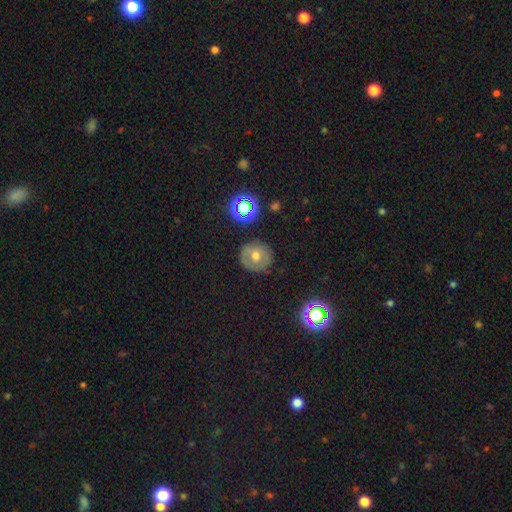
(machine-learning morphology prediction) A smooth galaxy with no disk features (54%) that is round (91%).

Vote fractions:
- Smooth or featured? smooth: 54% / featured or disk: 28% / star or artifact: 18%
- How rounded? round: 91% / in between: 8% / cigar-shaped: 1%
- Merging? none: 83% / minor disturbance: 11% / major disturbance: 3% / merger: 2%